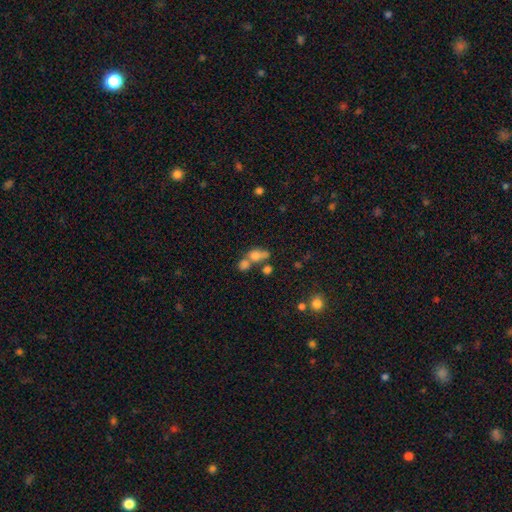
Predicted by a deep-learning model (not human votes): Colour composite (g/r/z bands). It shows a smooth galaxy with no disk features (67%) that is in between round and cigar-shaped (57%). Merging: merger (52%).